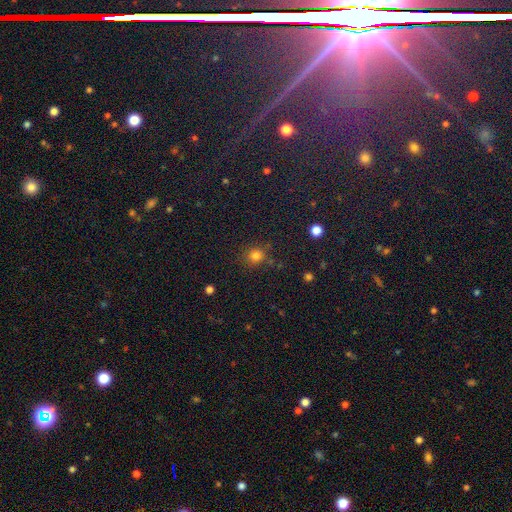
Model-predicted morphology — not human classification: type=smooth (80%); roundness=round (86%); merging=none (82%).